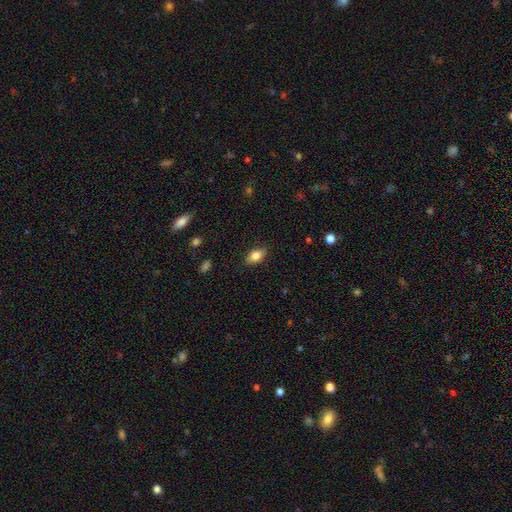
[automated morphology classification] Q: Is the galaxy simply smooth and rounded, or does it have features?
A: smooth — 81%.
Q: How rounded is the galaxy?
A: in between — 87%.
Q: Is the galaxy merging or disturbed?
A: none — 85%.